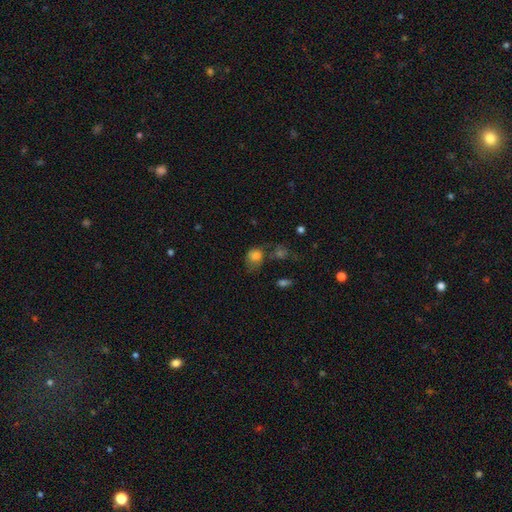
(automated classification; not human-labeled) Morphology: type=smooth (78%); roundness=round (59%); merging=none (42%).